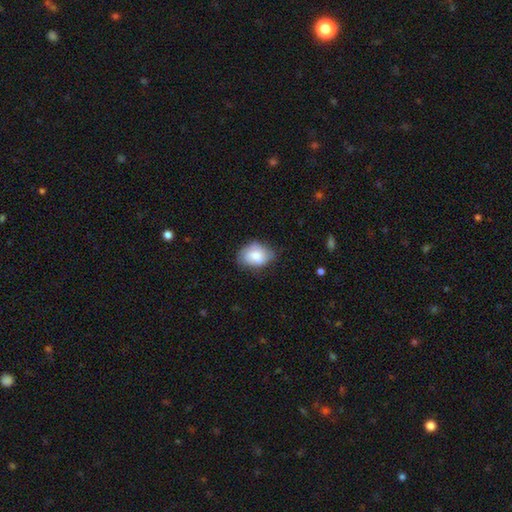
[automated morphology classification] Smooth or featured? Predicted: smooth (p=0.73). How rounded? Predicted: in between (p=0.73). Merging? Predicted: none (p=0.58).